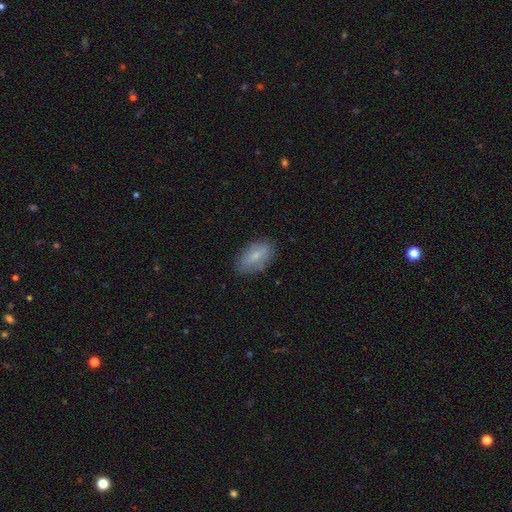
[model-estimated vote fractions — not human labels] A smooth galaxy with no disk features (74%) that is in between round and cigar-shaped (91%). Merging: none (79%).